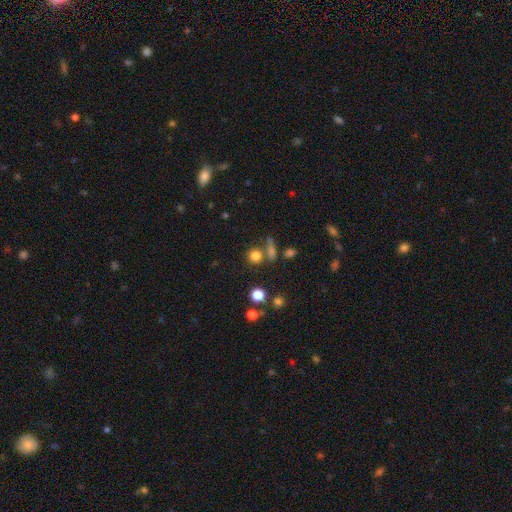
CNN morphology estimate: Smooth or featured: smooth — 78% (star or artifact — 15%)
How rounded: round — 84% (in between — 14%)
Merging: none — 64% (merger — 20%)